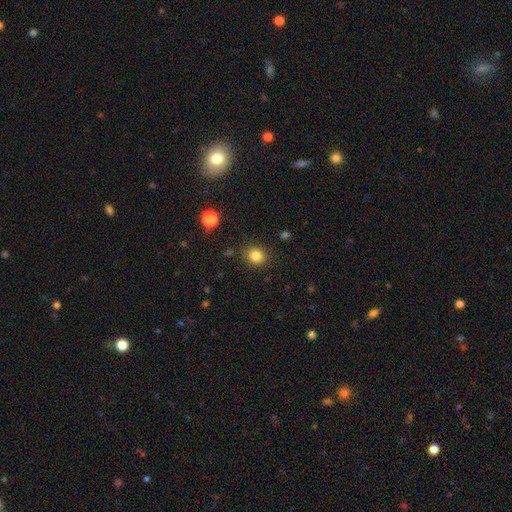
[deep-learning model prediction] Q: Smooth or featured?
A: smooth (83%); runner-up: star or artifact (12%)
Q: How rounded?
A: round (78%); runner-up: in between (21%)
Q: Merging?
A: none (86%); runner-up: minor disturbance (9%)